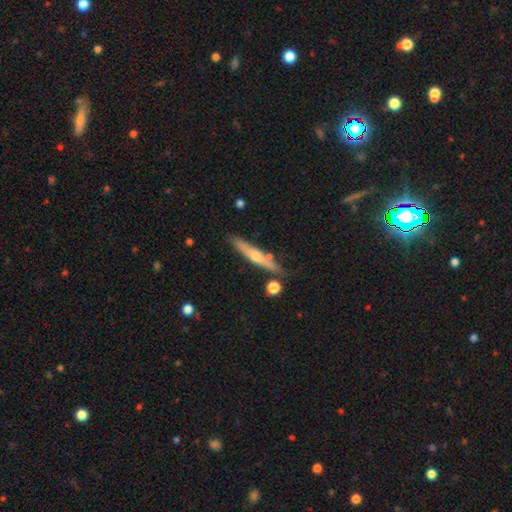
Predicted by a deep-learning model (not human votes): Overall: featured or disk (57%; smooth 37%). Edge-on disk: yes (94%). Edge-on bulge: rounded (82%). Merging: none (78%).